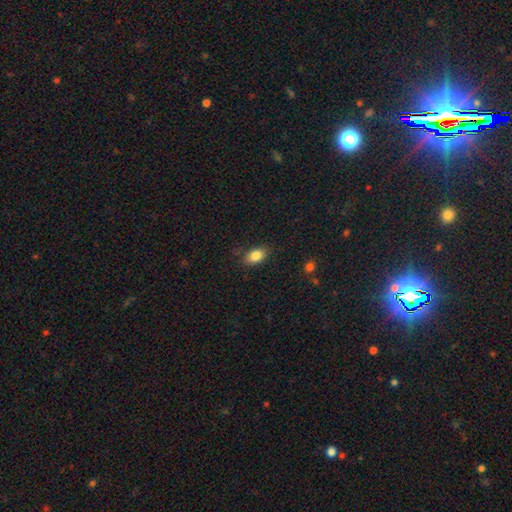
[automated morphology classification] type=smooth (84%); roundness=in between (87%); merging=none (83%).